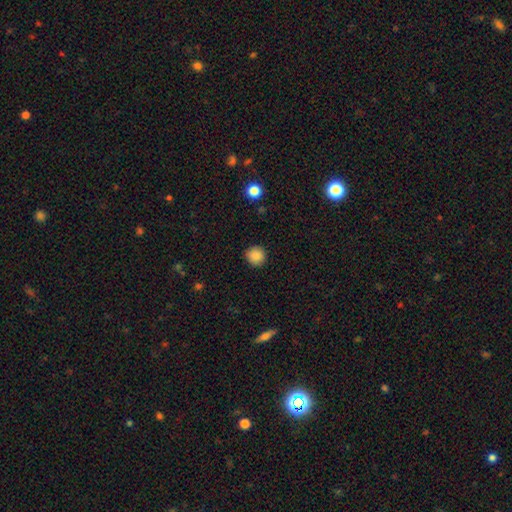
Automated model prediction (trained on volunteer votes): A smooth galaxy with no disk features (88%) that is round (94%).

Vote fractions:
- Smooth or featured? smooth: 88% / star or artifact: 9% / featured or disk: 3%
- How rounded? round: 94% / in between: 5% / cigar-shaped: 1%
- Merging? none: 91% / minor disturbance: 6% / major disturbance: 2% / merger: 1%